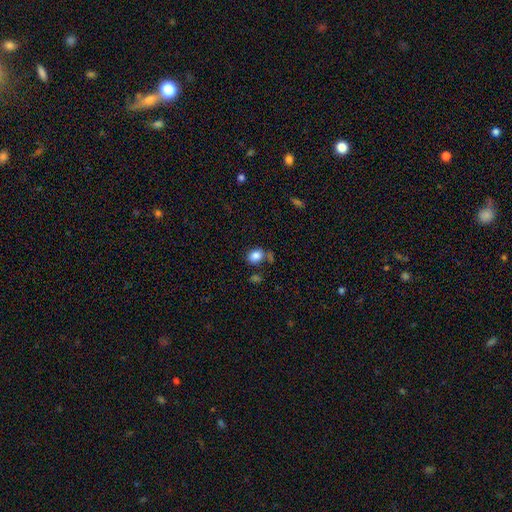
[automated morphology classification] This appears to be a smooth galaxy with no disk features (84%) that is in between round and cigar-shaped (63%). Merging: none (65%).